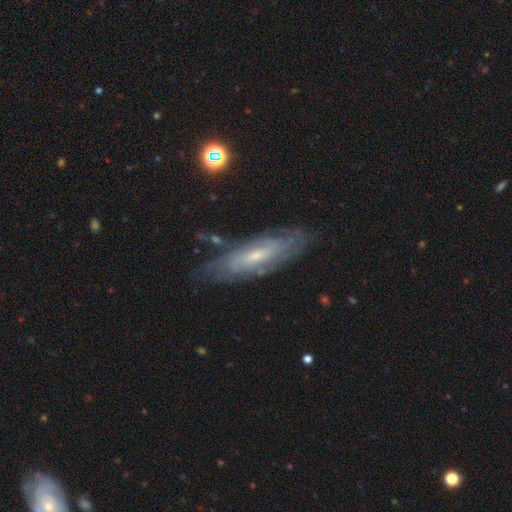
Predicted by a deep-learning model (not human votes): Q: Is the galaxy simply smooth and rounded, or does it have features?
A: featured or disk — 77%.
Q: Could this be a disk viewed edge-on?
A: no — 79%.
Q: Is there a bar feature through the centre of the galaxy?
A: no — 56%.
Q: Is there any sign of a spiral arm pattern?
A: yes — 88%.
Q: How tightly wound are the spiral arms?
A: tight — 65%.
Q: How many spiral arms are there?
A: can't tell — 63%.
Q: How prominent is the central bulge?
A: small — 65%.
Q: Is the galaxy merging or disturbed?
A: none — 76%.